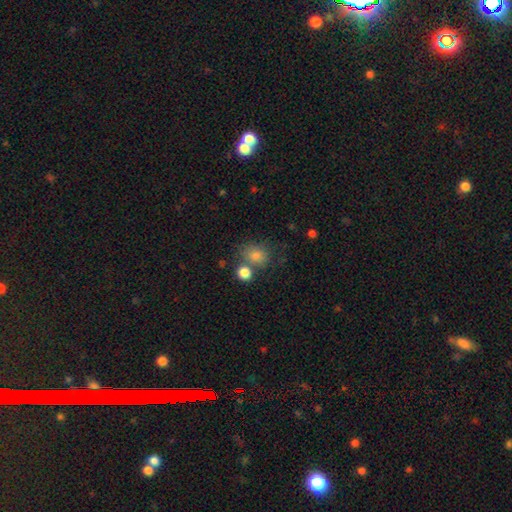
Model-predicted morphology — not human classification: This is likely a smooth galaxy (79%). How rounded: likely round (66%). Merging: likely none (60%).